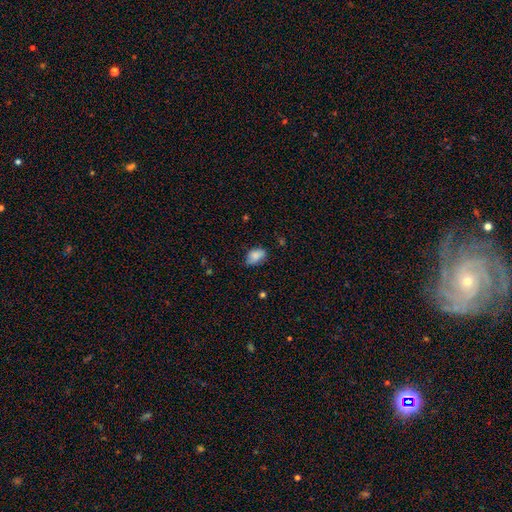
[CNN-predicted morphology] A smooth galaxy with no disk features (84%) that is in between round and cigar-shaped (87%). Merging: none (64%).